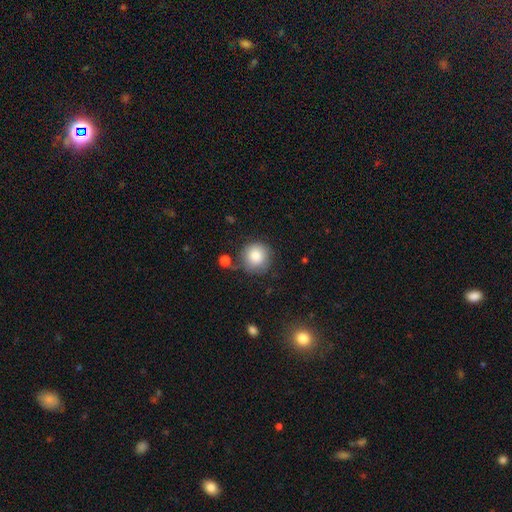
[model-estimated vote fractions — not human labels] smooth_or_featured: smooth (p=0.83) [alt: featured or disk p=0.09]
how_rounded: round (p=0.92) [alt: in between p=0.07]
merging: none (p=0.65) [alt: minor disturbance p=0.19]